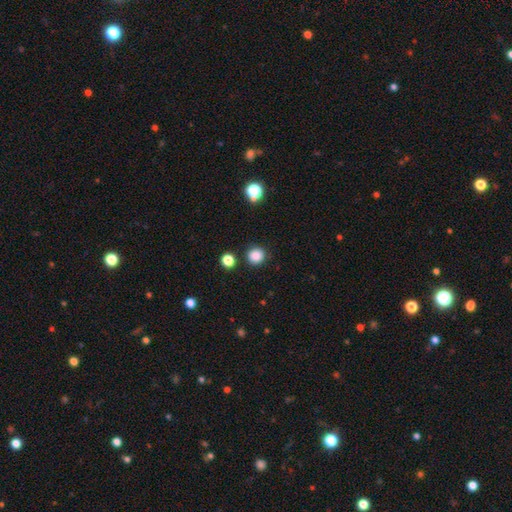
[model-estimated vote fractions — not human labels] Smooth or featured? smooth (86%)
How rounded? round (91%)
Merging? none (88%)